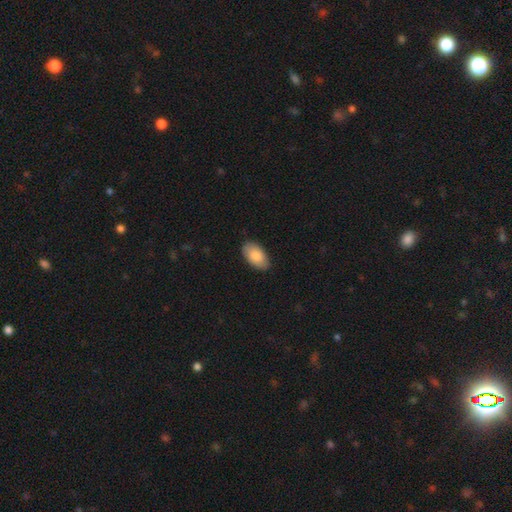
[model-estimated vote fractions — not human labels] The model was most divided on "smooth or featured": smooth: 83%, featured or disk: 11%, star or artifact: 6%. More confident: how rounded — in between (95%); merging — none (85%).